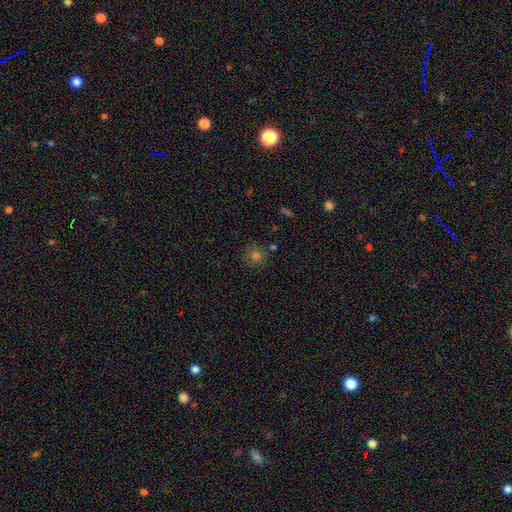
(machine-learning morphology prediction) A smooth galaxy with no disk features (72%) that is round (93%). Merging: none (83%).